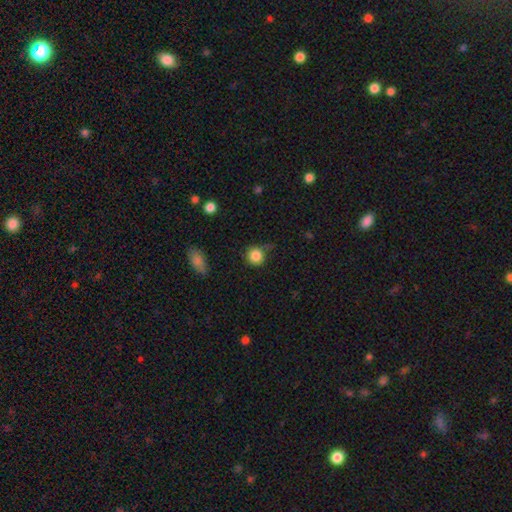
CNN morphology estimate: Overall: smooth (85%). How rounded: round (90%). Merging: none (70%).